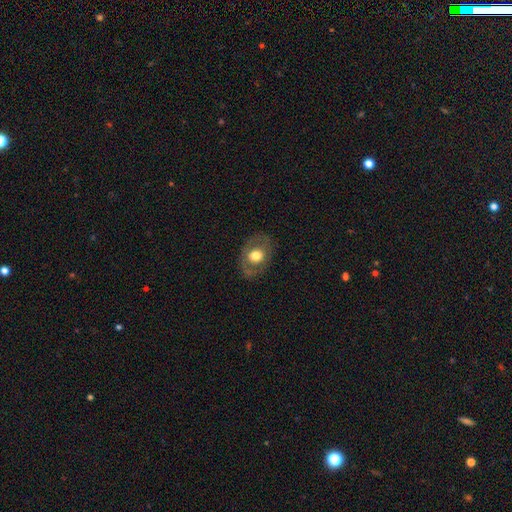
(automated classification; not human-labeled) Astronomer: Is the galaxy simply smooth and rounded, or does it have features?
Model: smooth — 55% (runner-up: featured or disk, 37%).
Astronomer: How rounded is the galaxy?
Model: in between — 59% (runner-up: round, 40%).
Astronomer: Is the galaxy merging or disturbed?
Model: none — 78%.